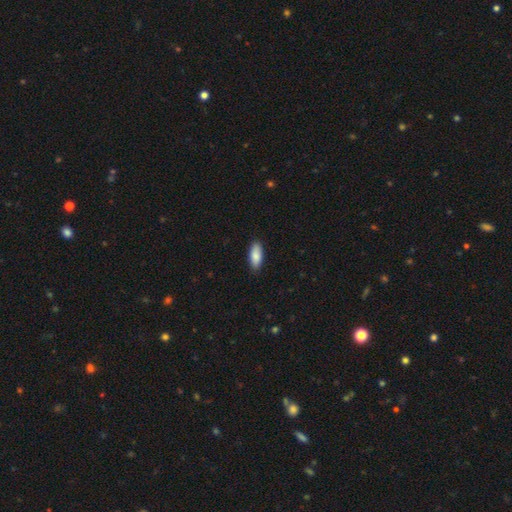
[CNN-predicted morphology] smooth 87%, featured or disk 7%, star or artifact 6%. Down the decision tree: how rounded — in between (83%); merging — none (87%).